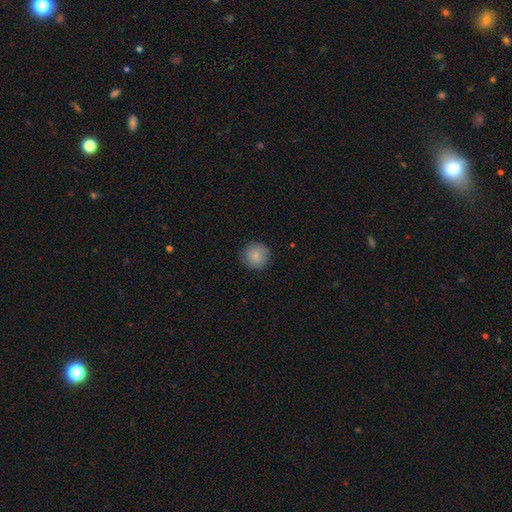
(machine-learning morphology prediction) The model was most divided on "merging": none: 86%, minor disturbance: 11%, major disturbance: 2%, merger: 1%. More confident: how rounded — round (94%); smooth or featured — smooth (86%).